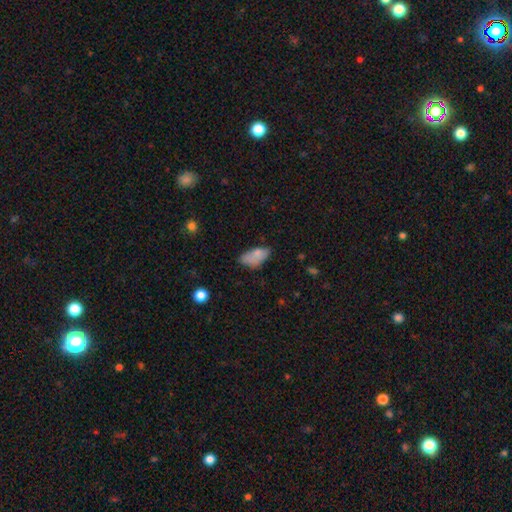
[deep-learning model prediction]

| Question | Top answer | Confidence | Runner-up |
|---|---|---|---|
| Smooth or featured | smooth | 77% | featured or disk (14%) |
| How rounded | in between | 90% | cigar-shaped (6%) |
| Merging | none | 43% | minor disturbance (33%) |